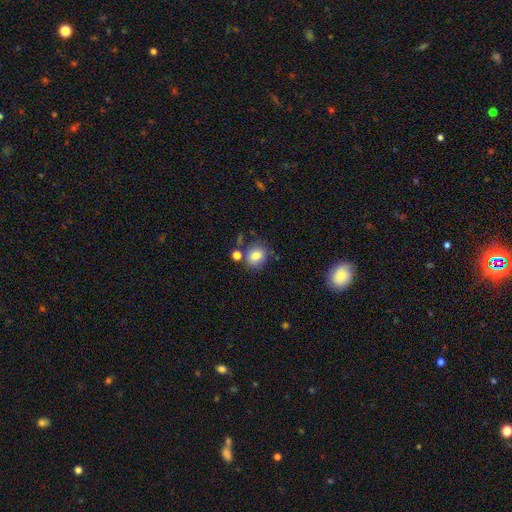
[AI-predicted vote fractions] Overall: smooth (82%). How rounded: round (61%; in between 38%). Merging: none (66%).